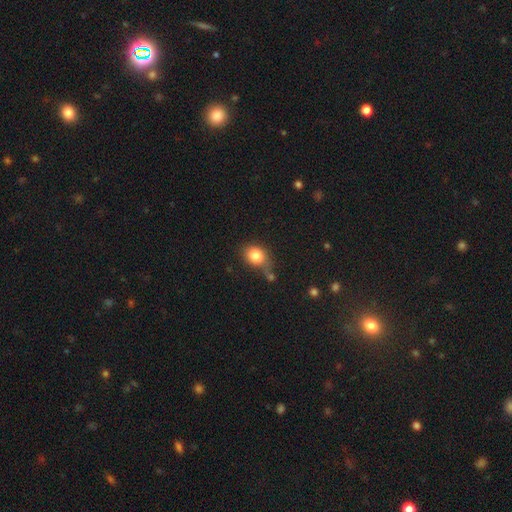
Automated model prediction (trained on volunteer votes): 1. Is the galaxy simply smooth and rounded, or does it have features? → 83% smooth, 10% star or artifact, 8% featured or disk.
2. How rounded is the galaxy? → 50% round, 49% in between, 1% cigar-shaped.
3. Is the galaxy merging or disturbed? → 50% none, 24% minor disturbance, 17% merger, 10% major disturbance.